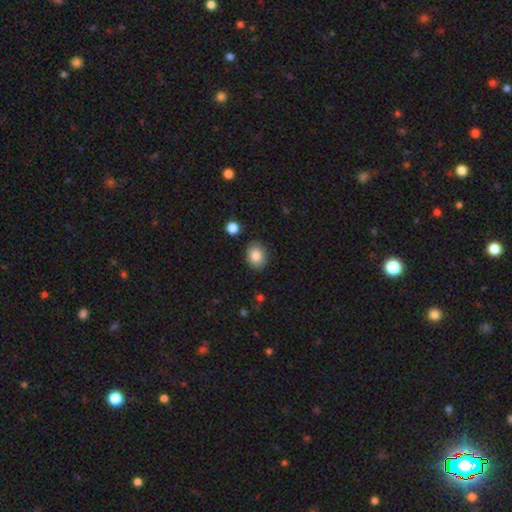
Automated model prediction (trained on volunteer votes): A smooth galaxy with no disk features (86%) that is in between round and cigar-shaped (56%). Merging: none (84%).